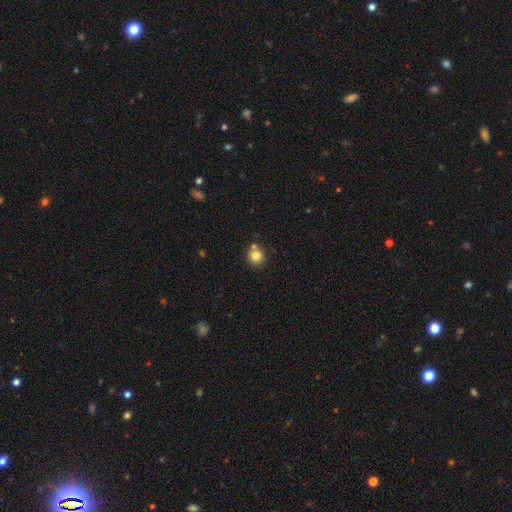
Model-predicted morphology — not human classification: smooth 80%, star or artifact 12%, featured or disk 8%. Down the decision tree: how rounded — round (91%); merging — none (73%).